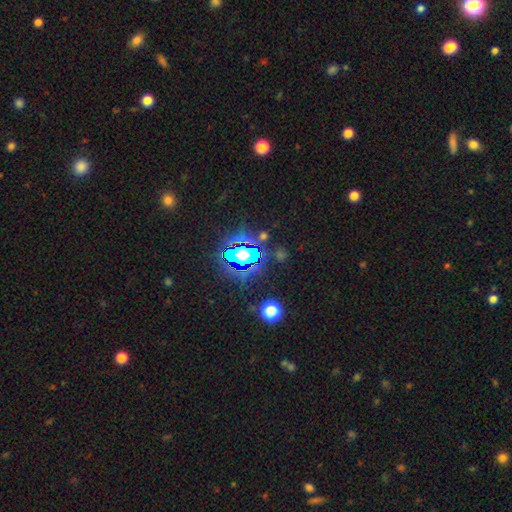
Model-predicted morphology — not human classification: Overall: star or artifact (82%).